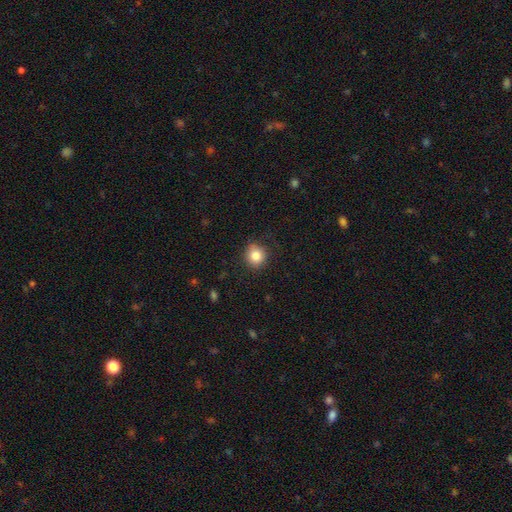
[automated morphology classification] Overall: smooth (84%). How rounded: round (86%). Merging: none (85%).